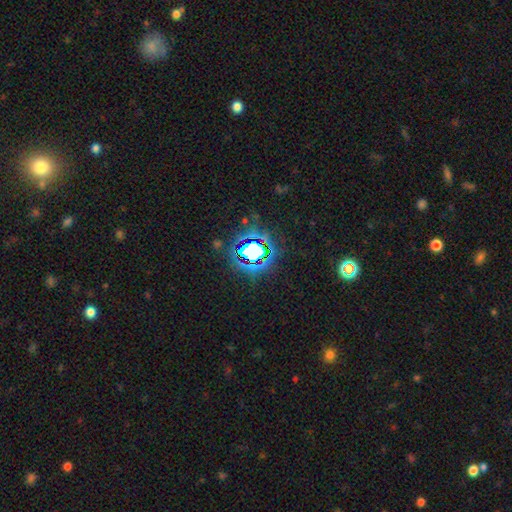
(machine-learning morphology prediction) Overall: star or artifact (71%).